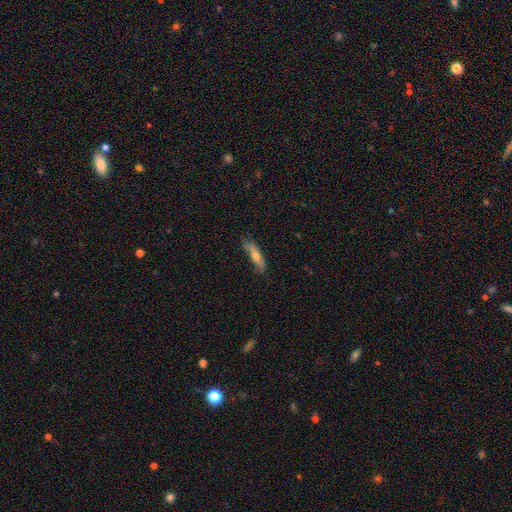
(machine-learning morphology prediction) smooth-or-featured: smooth: 58% | featured or disk: 35% | star or artifact: 7%
  how-rounded: cigar-shaped: 72% | in between: 26% | round: 2%
  merging: none: 70% | minor disturbance: 23% | major disturbance: 5% | merger: 2%